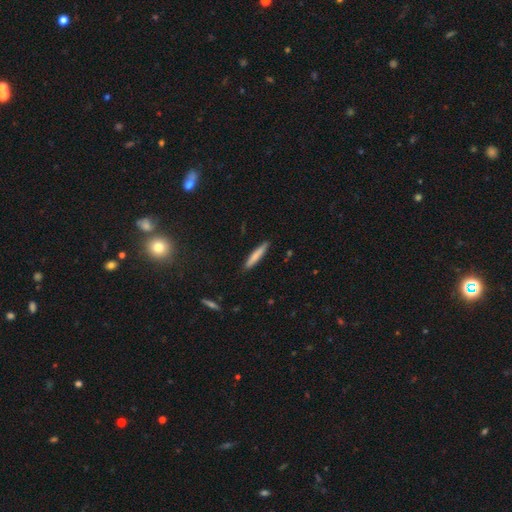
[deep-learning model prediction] The model was most divided on "smooth or featured": smooth: 76%, featured or disk: 19%, star or artifact: 6%. More confident: how rounded — cigar-shaped (93%); merging — none (89%).